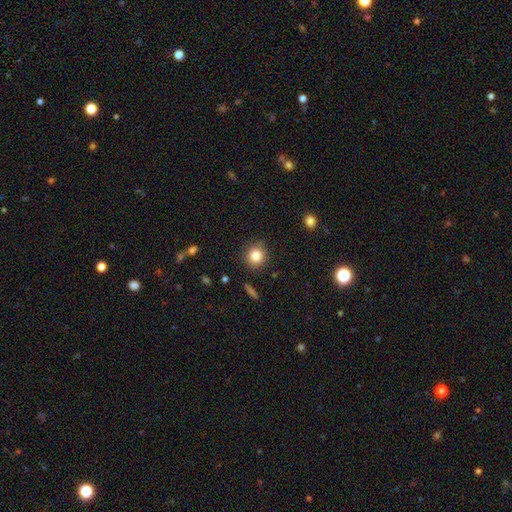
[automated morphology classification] smooth 83%, star or artifact 10%, featured or disk 6%. Down the decision tree: how rounded — round (91%); merging — none (89%).